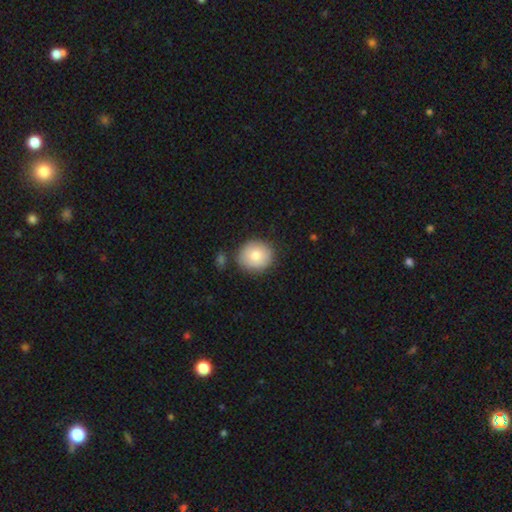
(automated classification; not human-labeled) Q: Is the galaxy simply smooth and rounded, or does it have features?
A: smooth — 82%.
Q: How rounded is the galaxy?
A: round — 81%.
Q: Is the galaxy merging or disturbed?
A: none — 80%.